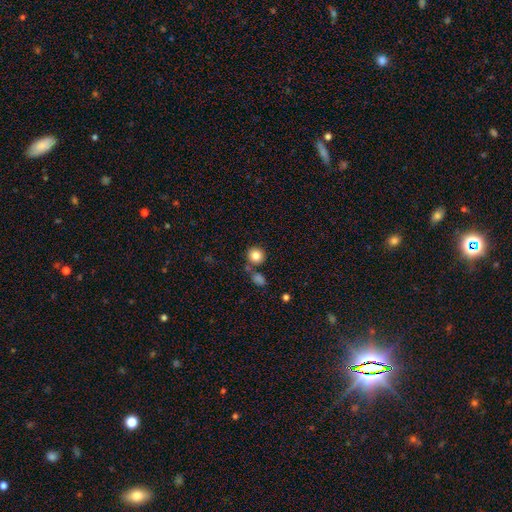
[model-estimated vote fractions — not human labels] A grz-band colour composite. It shows a smooth galaxy with no disk features (83%) that is round (90%). Merging: none (72%).